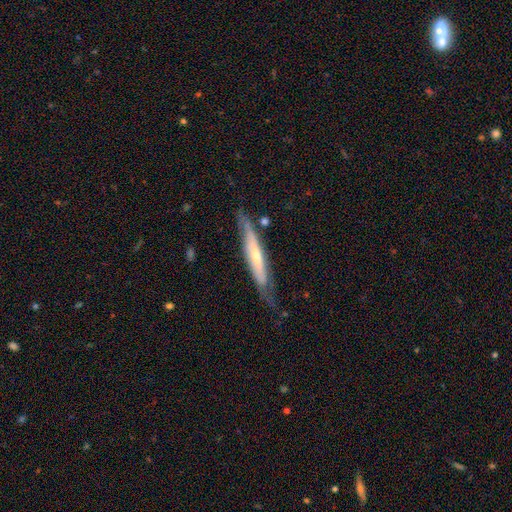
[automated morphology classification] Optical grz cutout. It shows a featured or disk galaxy (62%) viewed edge-on (78%). Merging: none (68%).